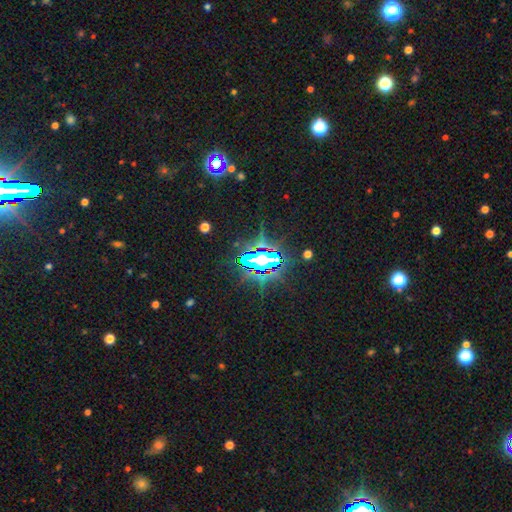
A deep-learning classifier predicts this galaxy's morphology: smooth-or-featured: star or artifact: 82% | smooth: 10% | featured or disk: 8%